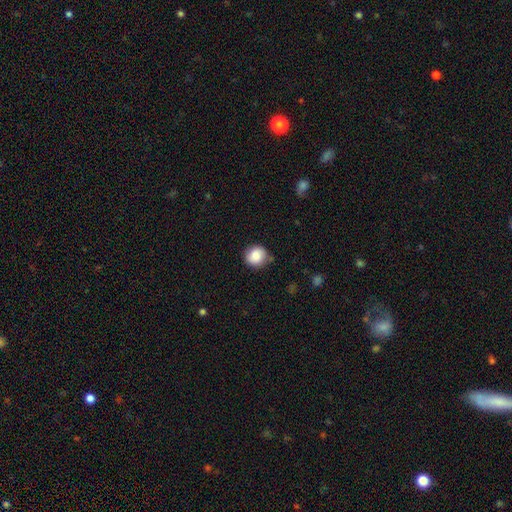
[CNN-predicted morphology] The model was most divided on "merging": none: 75%, minor disturbance: 19%, major disturbance: 4%, merger: 2%. More confident: how rounded — round (85%); smooth or featured — smooth (84%).